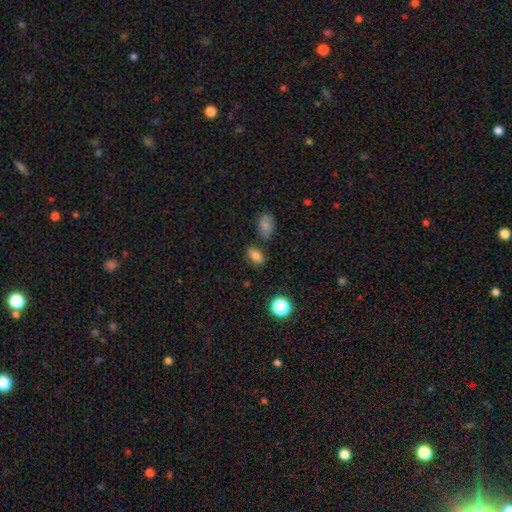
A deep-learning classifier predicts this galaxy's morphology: smooth_or_featured: smooth (p=0.81) [alt: star or artifact p=0.13]
how_rounded: in between (p=0.85) [alt: round p=0.13]
merging: none (p=0.73) [alt: minor disturbance p=0.15]